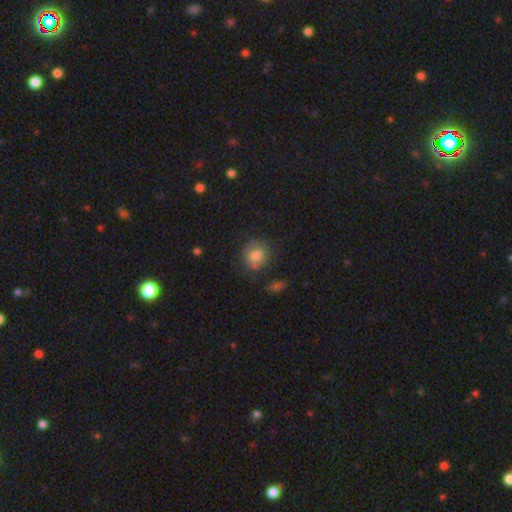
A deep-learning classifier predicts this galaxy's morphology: The model was most divided on "merging": none: 65%, minor disturbance: 21%, major disturbance: 7%, merger: 6%. More confident: how rounded — round (78%); smooth or featured — smooth (74%).